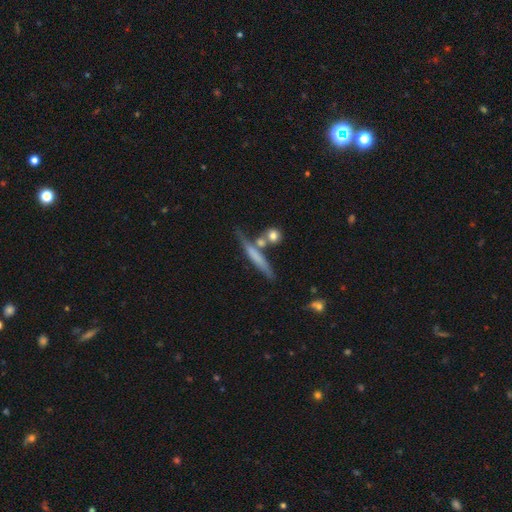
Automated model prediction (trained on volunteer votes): Smooth or featured? Predicted: smooth (p=0.53). How rounded? Predicted: cigar-shaped (p=0.89). Merging? Predicted: none (p=0.64).